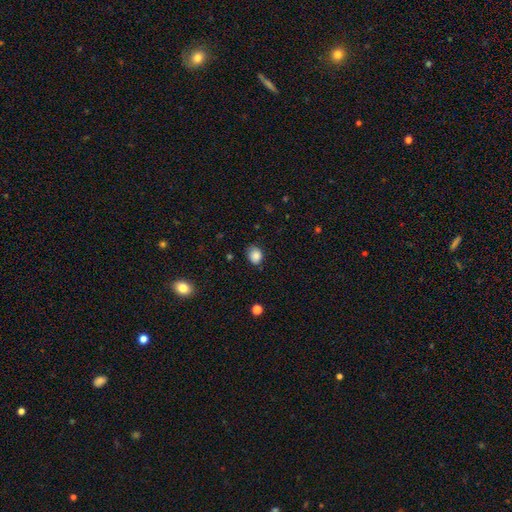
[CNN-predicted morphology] smooth-or-featured: smooth: 84% | star or artifact: 10% | featured or disk: 6%
  how-rounded: round: 55% | in between: 44% | cigar-shaped: 1%
  merging: none: 71% | minor disturbance: 23% | major disturbance: 4% | merger: 2%